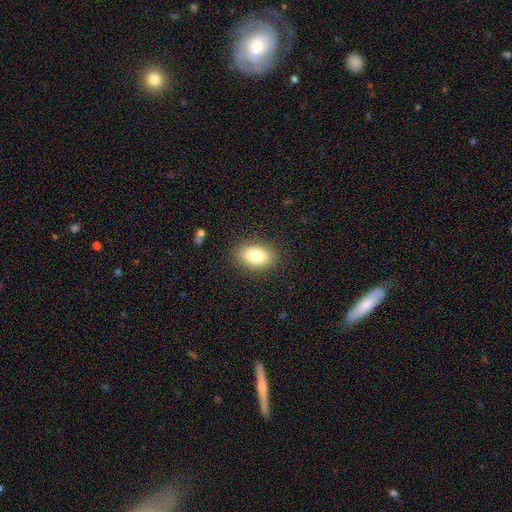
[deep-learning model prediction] smooth-or-featured: smooth: 82% | featured or disk: 10% | star or artifact: 8%
  how-rounded: in between: 87% | round: 12% | cigar-shaped: 1%
  merging: none: 86% | minor disturbance: 10% | major disturbance: 3% | merger: 1%